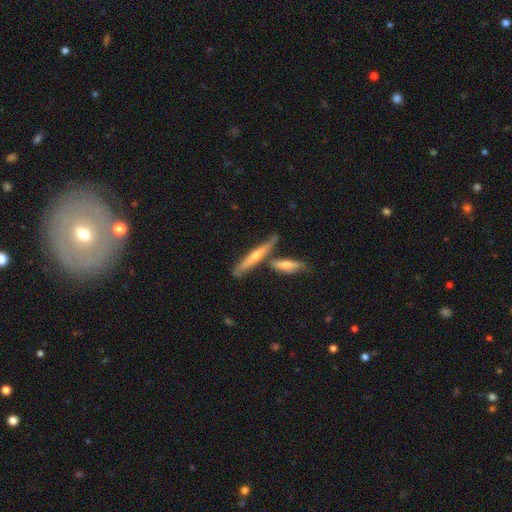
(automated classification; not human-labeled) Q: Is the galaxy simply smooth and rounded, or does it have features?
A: featured or disk — 59%.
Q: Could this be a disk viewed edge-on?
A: yes — 92%.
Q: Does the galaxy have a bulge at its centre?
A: rounded — 67%.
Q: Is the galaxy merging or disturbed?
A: none — 65%.